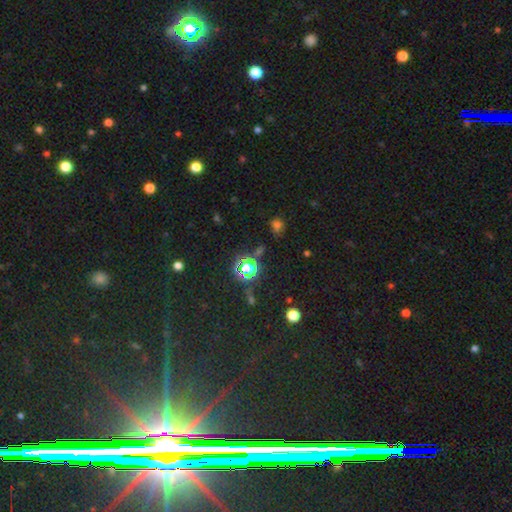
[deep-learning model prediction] smooth-or-featured: star or artifact: 63% | smooth: 30% | featured or disk: 8%